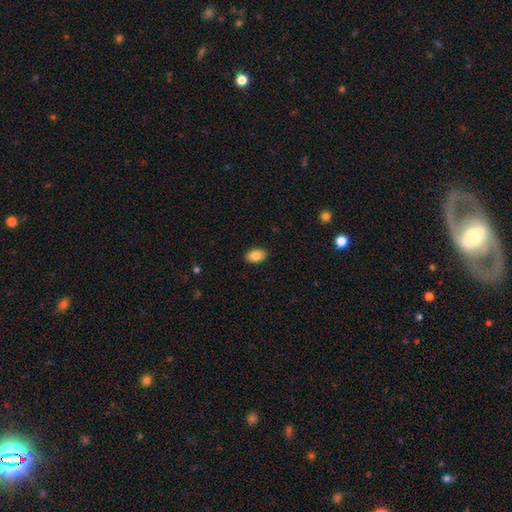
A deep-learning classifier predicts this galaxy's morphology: type=smooth (85%); roundness=in between (90%); merging=none (90%).